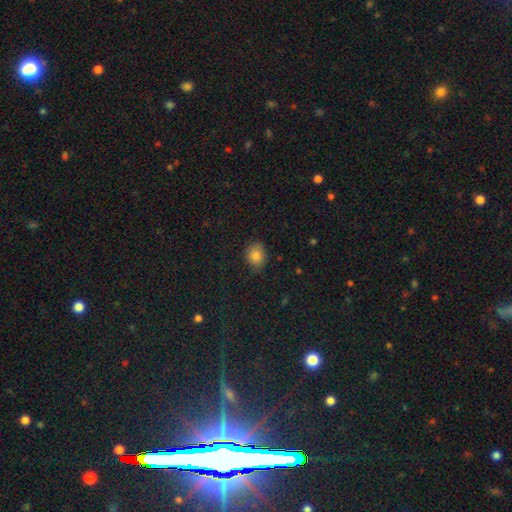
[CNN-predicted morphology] smooth_or_featured: smooth (p=0.84) [alt: star or artifact p=0.10]
how_rounded: in between (p=0.54) [alt: round p=0.45]
merging: none (p=0.79) [alt: minor disturbance p=0.17]